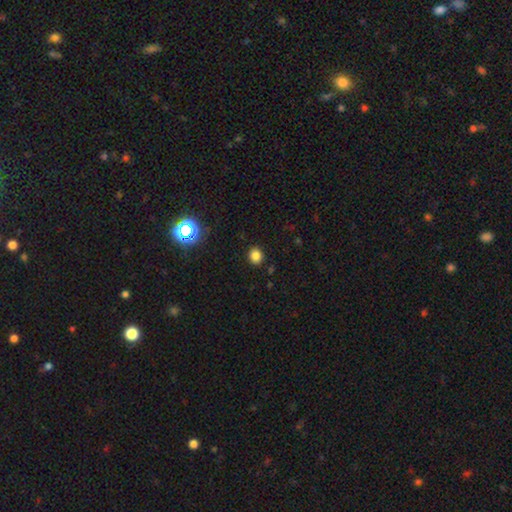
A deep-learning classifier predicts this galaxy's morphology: Smooth or featured?
  - smooth: 81% *
  - star or artifact: 15%
  - featured or disk: 4%
How rounded?
  - round: 76% *
  - in between: 23%
  - cigar-shaped: 1%
Merging?
  - none: 90% *
  - minor disturbance: 7%
  - major disturbance: 2%
  - merger: 1%